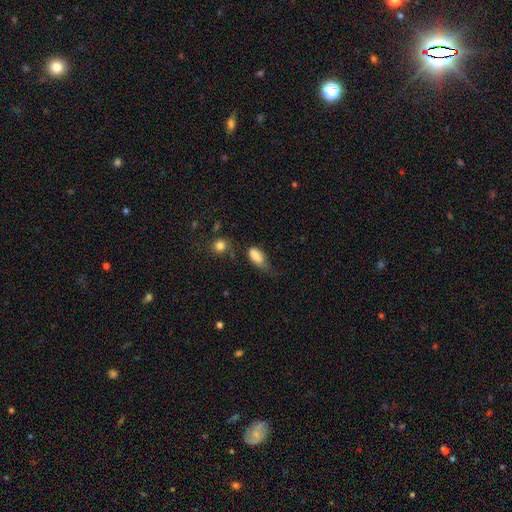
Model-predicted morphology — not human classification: Smooth or featured? smooth (81%)
How rounded? in between (88%)
Merging? minor disturbance (37%)